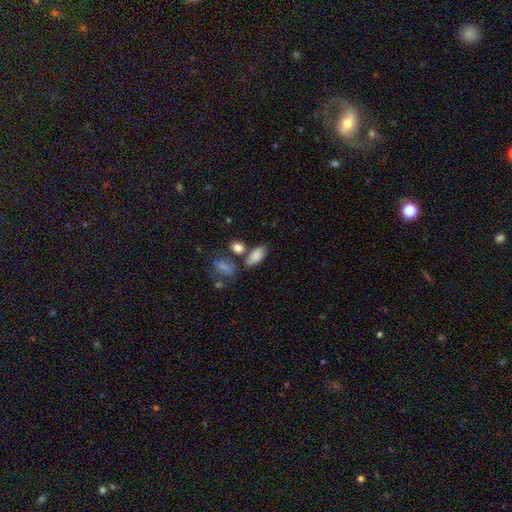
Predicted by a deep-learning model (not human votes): Smooth or featured?
  - smooth: 84% *
  - featured or disk: 9%
  - star or artifact: 8%
How rounded?
  - in between: 87% *
  - cigar-shaped: 8%
  - round: 5%
Merging?
  - none: 63% *
  - merger: 17%
  - minor disturbance: 15%
  - major disturbance: 5%